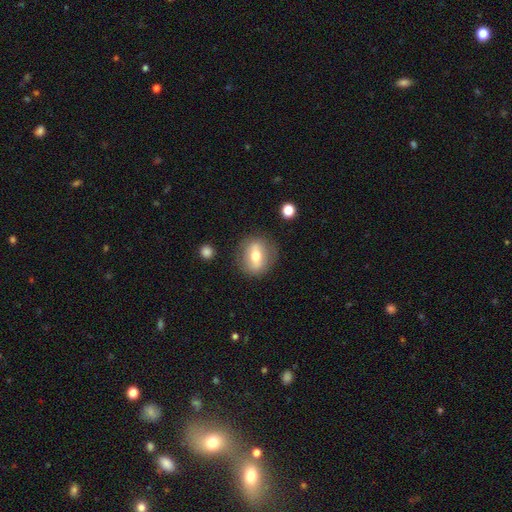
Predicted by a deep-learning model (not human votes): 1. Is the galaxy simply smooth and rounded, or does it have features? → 49% smooth, 43% featured or disk, 8% star or artifact.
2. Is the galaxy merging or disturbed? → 81% none, 13% minor disturbance, 5% major disturbance, 2% merger.